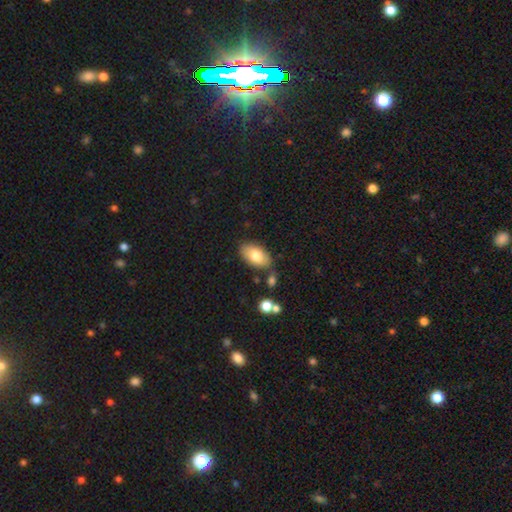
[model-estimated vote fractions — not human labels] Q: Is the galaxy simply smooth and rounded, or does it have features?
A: smooth — 78%.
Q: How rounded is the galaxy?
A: in between — 93%.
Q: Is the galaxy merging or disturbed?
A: none — 77%.